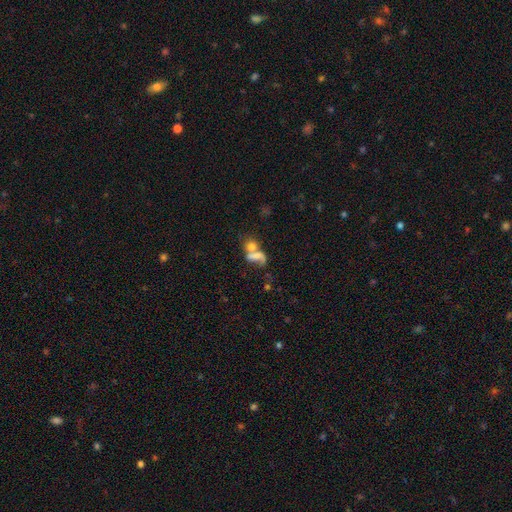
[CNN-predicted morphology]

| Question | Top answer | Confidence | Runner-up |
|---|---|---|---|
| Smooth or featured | smooth | 51% | featured or disk (35%) |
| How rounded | in between | 65% | round (26%) |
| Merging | merger | 61% | none (18%) |